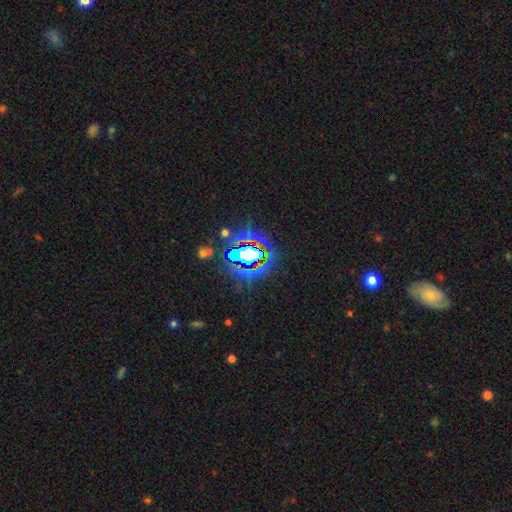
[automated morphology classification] Smooth or featured: star or artifact — 62% (featured or disk — 19%)